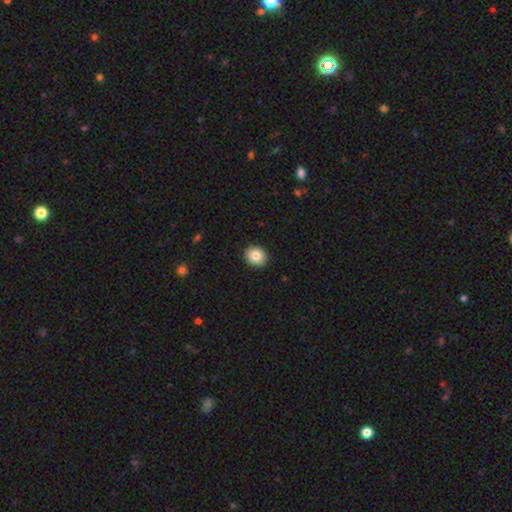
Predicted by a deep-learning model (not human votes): smooth_or_featured: smooth (p=0.84) [alt: star or artifact p=0.09]
how_rounded: round (p=0.71) [alt: in between p=0.28]
merging: none (p=0.92) [alt: minor disturbance p=0.06]